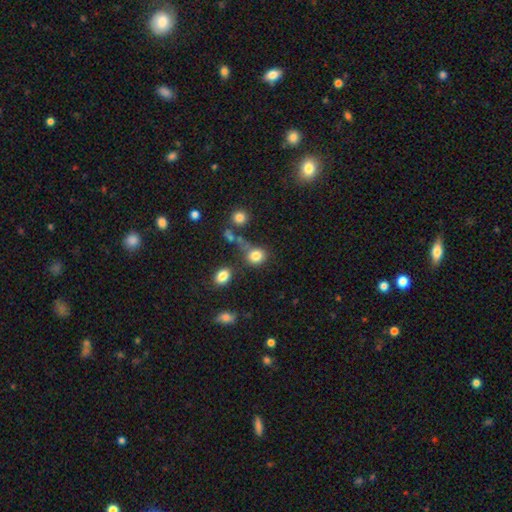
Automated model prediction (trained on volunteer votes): Smooth or featured?
  - smooth: 81% *
  - star or artifact: 12%
  - featured or disk: 7%
How rounded?
  - round: 73% *
  - in between: 26%
  - cigar-shaped: 1%
Merging?
  - none: 58% *
  - minor disturbance: 17%
  - merger: 16%
  - major disturbance: 9%